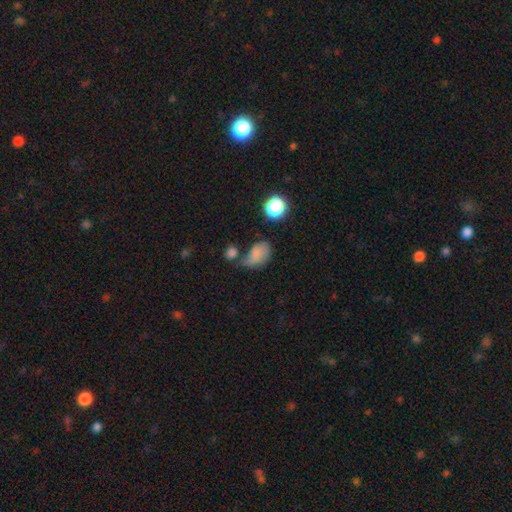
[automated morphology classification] type=smooth (67%); roundness=in between (80%); merging=none (31%).